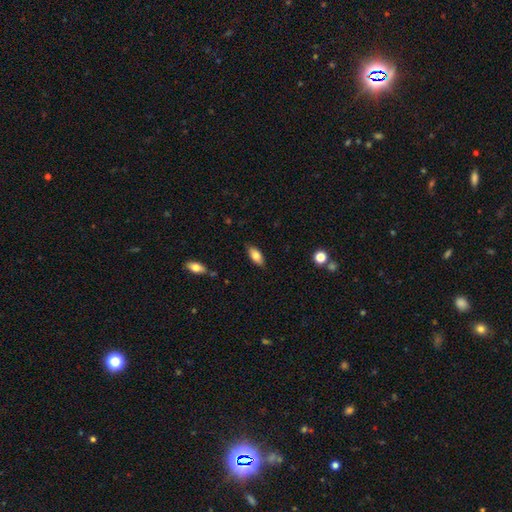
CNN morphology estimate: smooth-or-featured: smooth: 80% | featured or disk: 13% | star or artifact: 7%
  how-rounded: in between: 87% | cigar-shaped: 10% | round: 2%
  merging: none: 84% | minor disturbance: 12% | major disturbance: 2% | merger: 2%